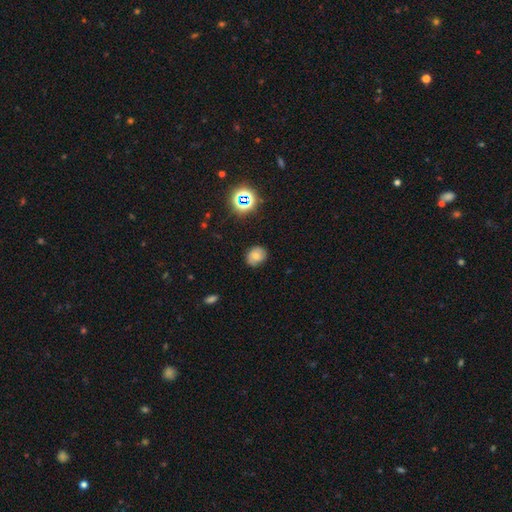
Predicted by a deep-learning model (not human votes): Smooth or featured? Predicted: smooth (p=0.61). How rounded? Predicted: round (p=0.63). Merging? Predicted: none (p=0.77).